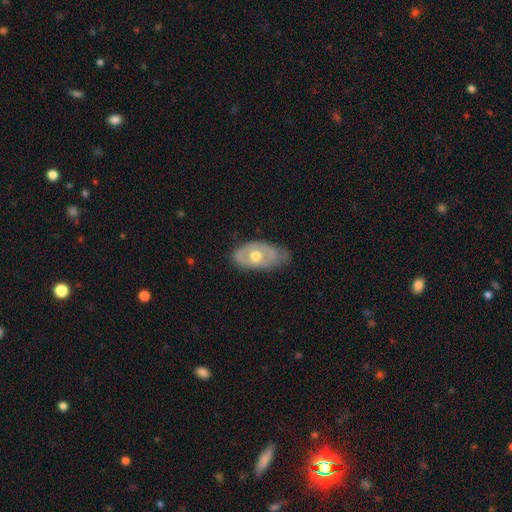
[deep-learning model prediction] smooth-or-featured: featured or disk: 56% | smooth: 39% | star or artifact: 5%
  disk-edge-on: no: 89% | yes: 11%
  merging: none: 52% | minor disturbance: 35% | major disturbance: 11% | merger: 2%